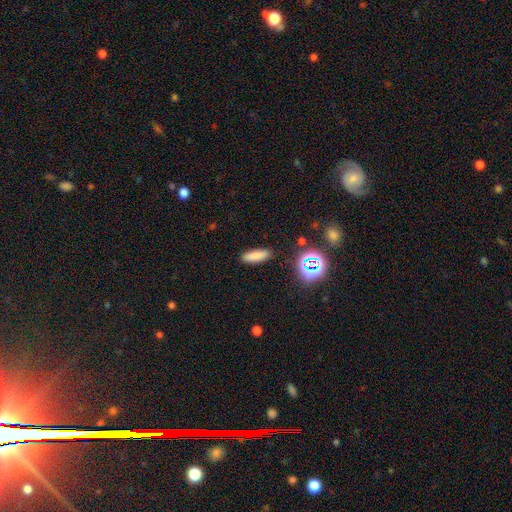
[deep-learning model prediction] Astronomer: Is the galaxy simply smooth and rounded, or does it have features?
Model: smooth — 79%.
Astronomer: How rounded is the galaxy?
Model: cigar-shaped — 53% (runner-up: in between, 43%).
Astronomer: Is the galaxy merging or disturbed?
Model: none — 88%.